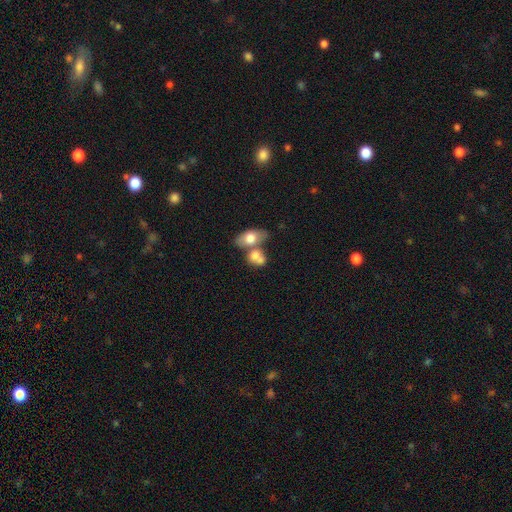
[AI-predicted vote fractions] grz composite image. It shows a smooth galaxy with no disk features (70%) that is in between round and cigar-shaped (71%). Merging: merger (62%).